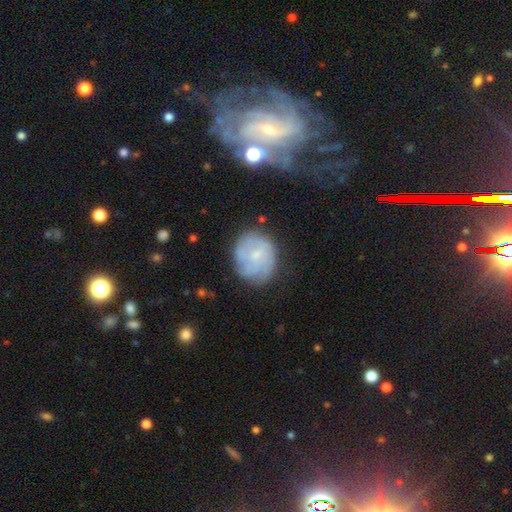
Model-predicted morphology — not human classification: This appears to be a featured or disk galaxy (58%) with no bar (60%), spiral arms (74%) and a small central bulge (59%). Merging: none (69%).